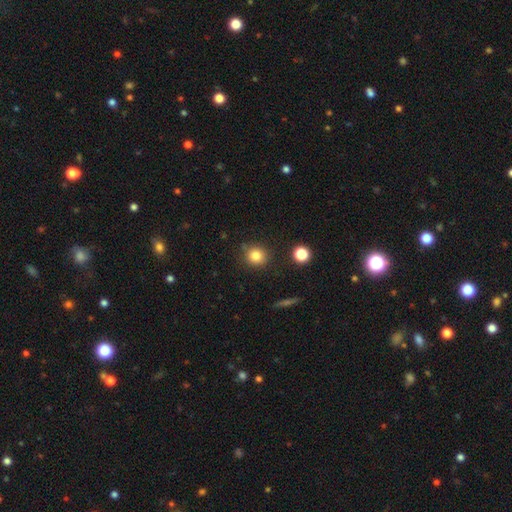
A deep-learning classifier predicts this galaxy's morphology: This is clearly a smooth galaxy (83%). How rounded: clearly round (88%). Merging: clearly none (84%).